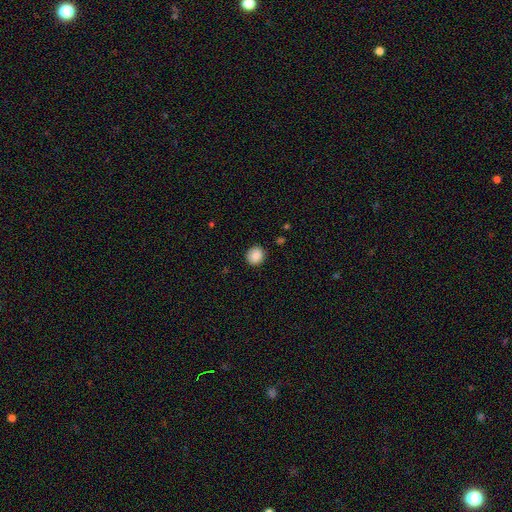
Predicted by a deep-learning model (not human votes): Smooth or featured: smooth — 88% (star or artifact — 8%)
How rounded: round — 80% (in between — 20%)
Merging: none — 88% (minor disturbance — 8%)